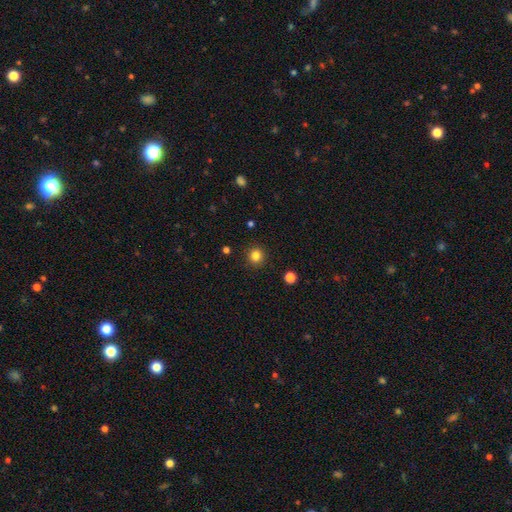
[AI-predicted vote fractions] smooth-or-featured: smooth: 83% | star or artifact: 13% | featured or disk: 4%
  how-rounded: round: 92% | in between: 7% | cigar-shaped: 1%
  merging: none: 91% | minor disturbance: 5% | major disturbance: 2% | merger: 1%